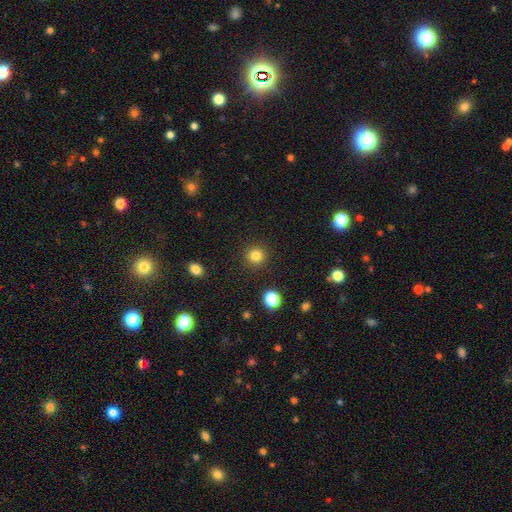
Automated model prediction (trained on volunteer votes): A smooth galaxy with no disk features (82%) that is round (93%). Merging: none (91%).